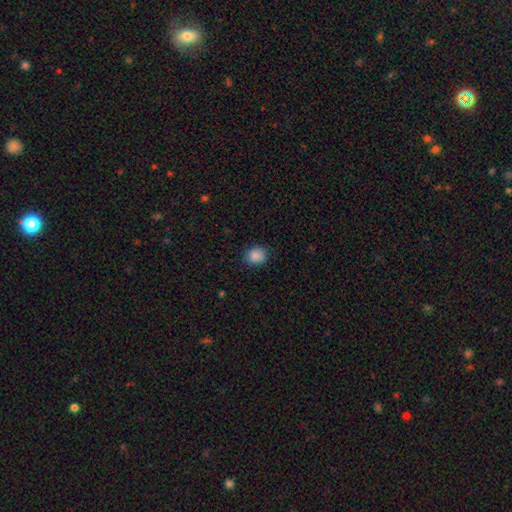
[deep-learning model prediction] Smooth or featured? Predicted: smooth (p=0.87). How rounded? Predicted: round (p=0.77). Merging? Predicted: none (p=0.86).